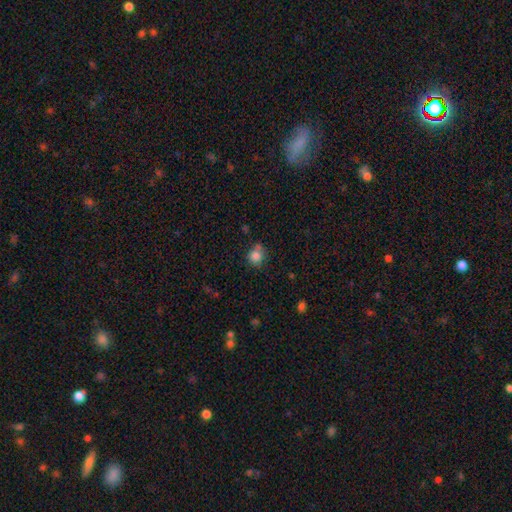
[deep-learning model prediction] smooth 83%, star or artifact 11%, featured or disk 6%. Down the decision tree: how rounded — round (83%); merging — none (60%).